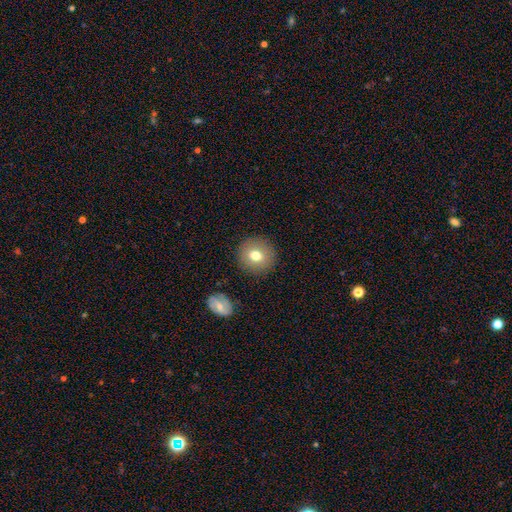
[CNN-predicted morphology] Smooth or featured?
  - smooth: 75% *
  - featured or disk: 16%
  - star or artifact: 10%
How rounded?
  - round: 91% *
  - in between: 8%
  - cigar-shaped: 1%
Merging?
  - none: 89% *
  - minor disturbance: 7%
  - major disturbance: 2%
  - merger: 2%